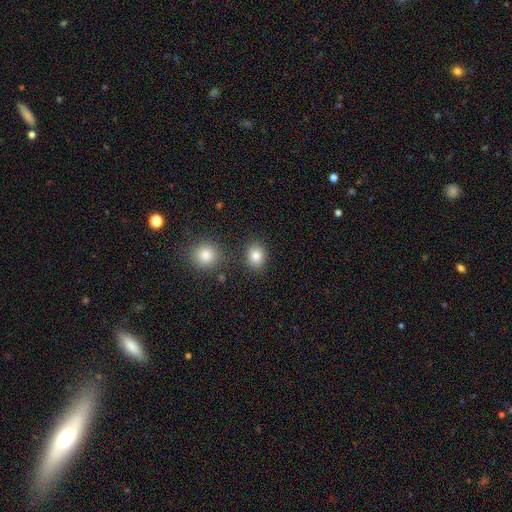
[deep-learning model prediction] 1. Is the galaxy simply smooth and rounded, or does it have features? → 84% smooth, 10% star or artifact, 6% featured or disk.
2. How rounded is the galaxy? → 54% round, 45% in between, 1% cigar-shaped.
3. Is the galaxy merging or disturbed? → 81% none, 10% minor disturbance, 6% merger, 3% major disturbance.